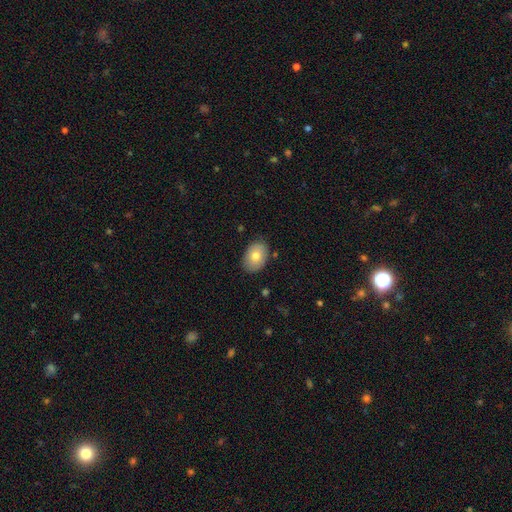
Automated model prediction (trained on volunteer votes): Smooth or featured: smooth — 78% (featured or disk — 15%)
How rounded: in between — 81% (round — 18%)
Merging: none — 84% (minor disturbance — 12%)